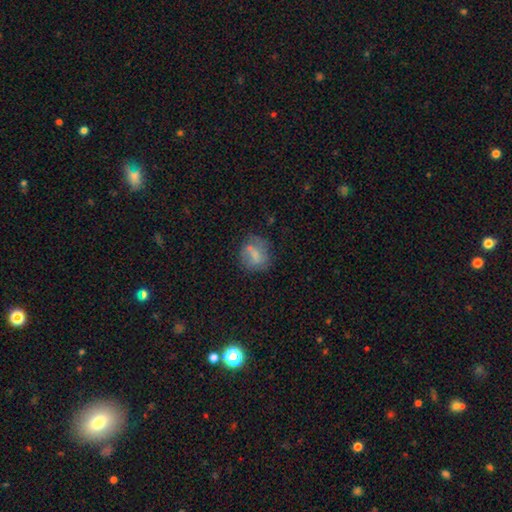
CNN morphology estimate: Smooth or featured? Predicted: smooth (p=0.65). How rounded? Predicted: round (p=0.72). Merging? Predicted: none (p=0.57).